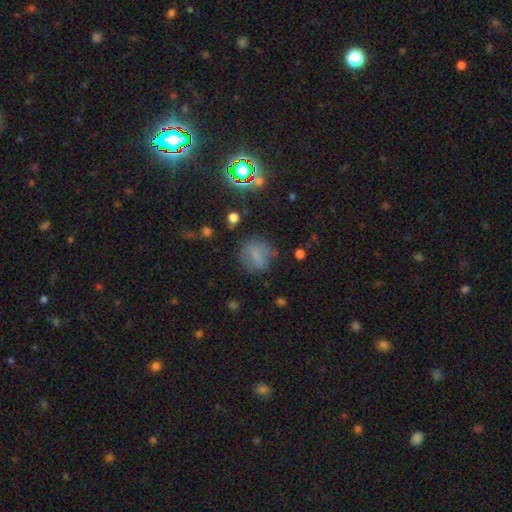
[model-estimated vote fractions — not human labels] Smooth or featured: smooth — 61% (featured or disk — 20%)
How rounded: round — 71% (in between — 26%)
Merging: none — 73% (minor disturbance — 17%)